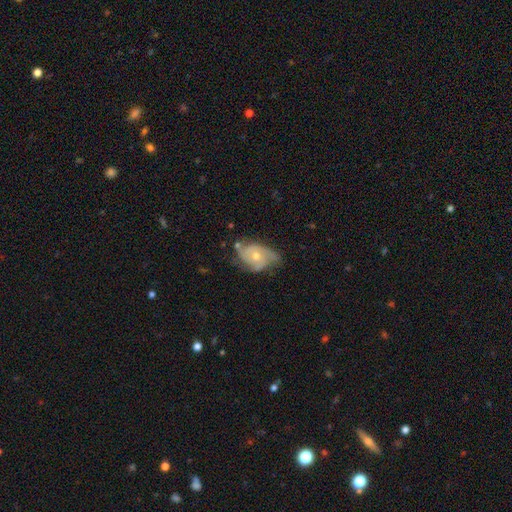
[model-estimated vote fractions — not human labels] smooth-or-featured: featured or disk: 79% | smooth: 15% | star or artifact: 6%
  disk-edge-on: no: 97% | yes: 3%
    bar: no: 79% | weak: 18% | strong: 3%
    has-spiral-arms: yes: 92% | no: 8%
      spiral-winding: medium: 44% | tight: 39% | loose: 17%
      spiral-arm-count: 3: 45% | 2: 28% | can't tell: 13% | 4: 7% | 1: 4% | more than 4: 3%
    bulge-size: moderate: 58% | small: 38% | large: 2% | none: 1% | dominant: 1%
  merging: none: 54% | minor disturbance: 30% | major disturbance: 13% | merger: 3%